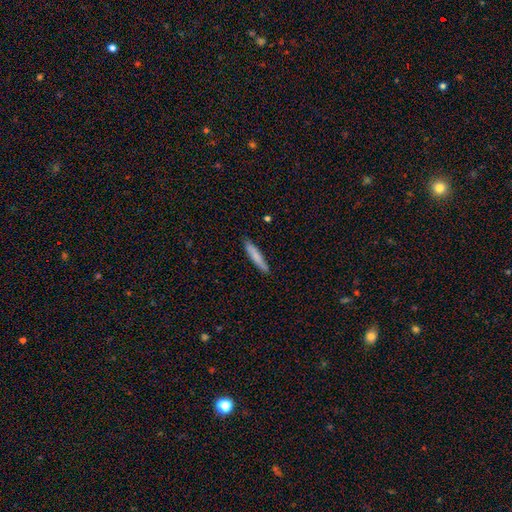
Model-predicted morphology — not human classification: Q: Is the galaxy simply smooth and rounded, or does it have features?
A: smooth — 79%.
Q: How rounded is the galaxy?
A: cigar-shaped — 92%.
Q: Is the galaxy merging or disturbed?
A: none — 89%.